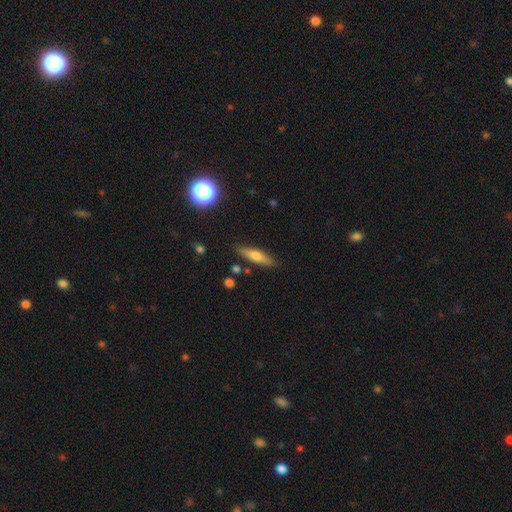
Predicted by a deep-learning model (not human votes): The model was most divided on "smooth or featured": smooth: 56%, featured or disk: 37%, star or artifact: 7%. More confident: merging — none (86%); how rounded — cigar-shaped (74%).